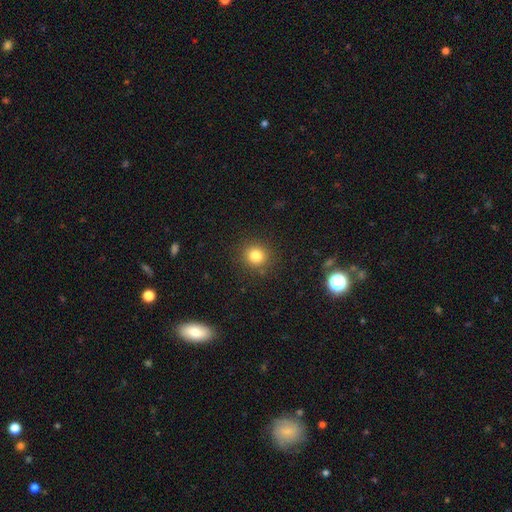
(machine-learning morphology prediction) A smooth galaxy with no disk features (82%) that is round (89%).

Vote fractions:
- Smooth or featured? smooth: 82% / star or artifact: 13% / featured or disk: 6%
- How rounded? round: 89% / in between: 10% / cigar-shaped: 1%
- Merging? none: 88% / minor disturbance: 7% / major disturbance: 3% / merger: 2%